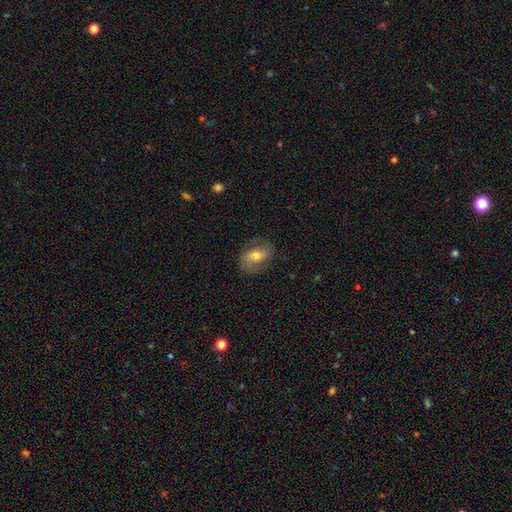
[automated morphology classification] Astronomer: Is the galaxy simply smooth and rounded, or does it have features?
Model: featured or disk — 61%.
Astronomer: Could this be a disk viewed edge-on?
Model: no — 95%.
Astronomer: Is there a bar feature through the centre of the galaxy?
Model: weak — 41% (runner-up: no, 32%).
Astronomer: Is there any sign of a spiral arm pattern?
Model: yes — 83%.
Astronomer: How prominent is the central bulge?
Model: moderate — 70%.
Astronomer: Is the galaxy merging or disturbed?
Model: none — 76%.